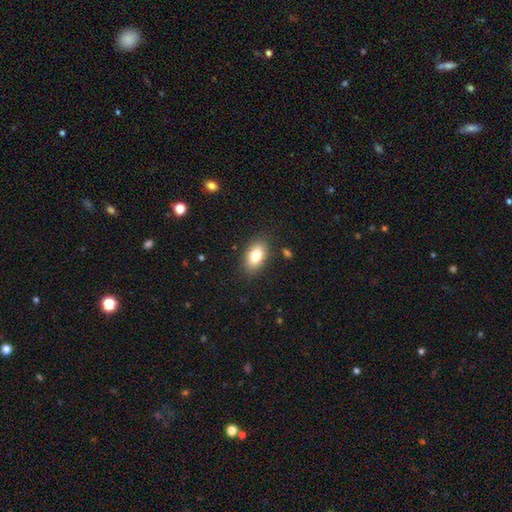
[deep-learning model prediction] A smooth galaxy with no disk features (81%) that is in between round and cigar-shaped (91%). Merging: none (85%).